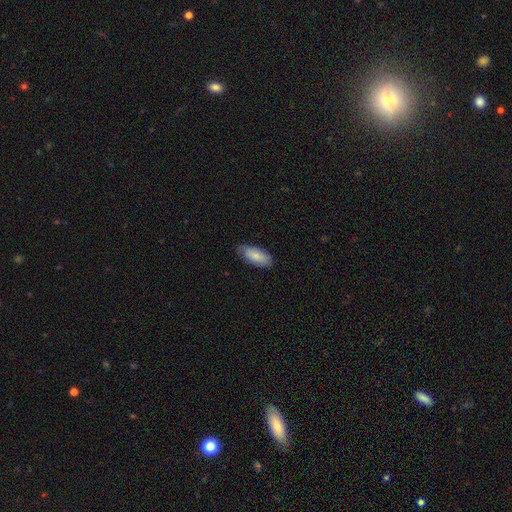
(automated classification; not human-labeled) Smooth or featured: smooth — 83% (featured or disk — 11%)
How rounded: in between — 86% (cigar-shaped — 12%)
Merging: none — 82% (minor disturbance — 14%)